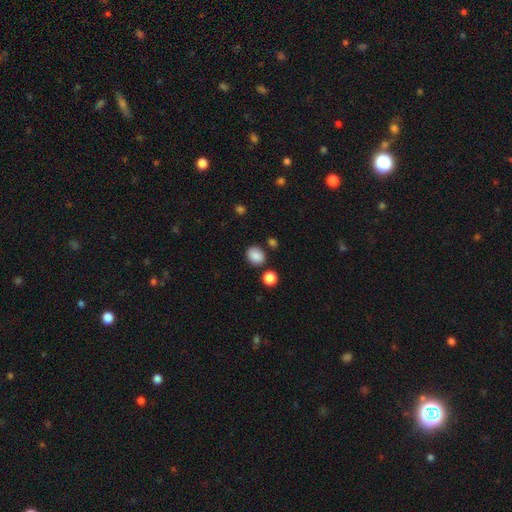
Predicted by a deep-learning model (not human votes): Morphology: type=smooth (86%); roundness=in between (51%); merging=none (79%).